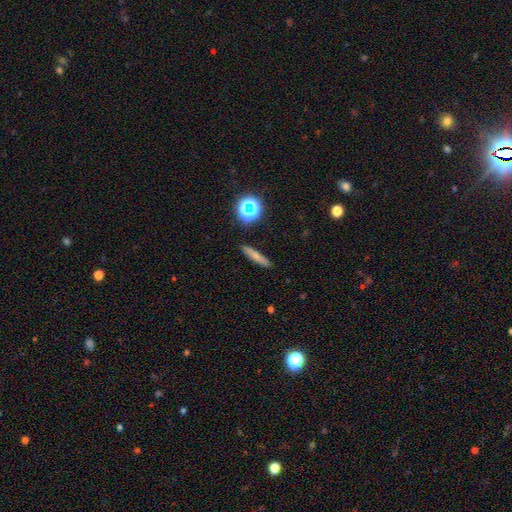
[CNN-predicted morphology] The model was most divided on "smooth or featured": smooth: 69%, featured or disk: 18%, star or artifact: 13%. More confident: merging — none (87%); how rounded — cigar-shaped (83%).